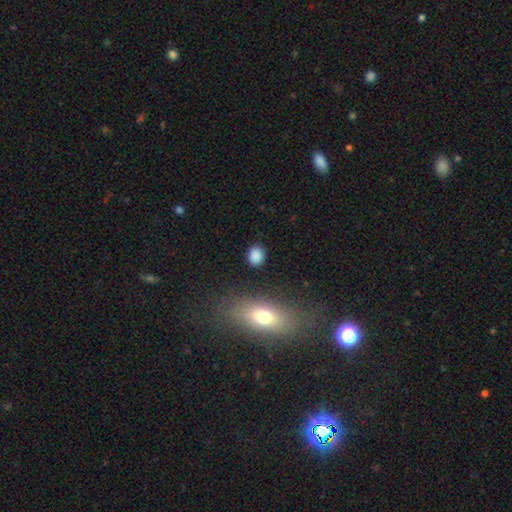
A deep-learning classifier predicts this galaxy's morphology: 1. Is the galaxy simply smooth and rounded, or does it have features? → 86% smooth, 10% star or artifact, 4% featured or disk.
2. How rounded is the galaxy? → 67% round, 32% in between, 2% cigar-shaped.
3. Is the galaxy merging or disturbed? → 86% none, 9% minor disturbance, 3% major disturbance, 2% merger.